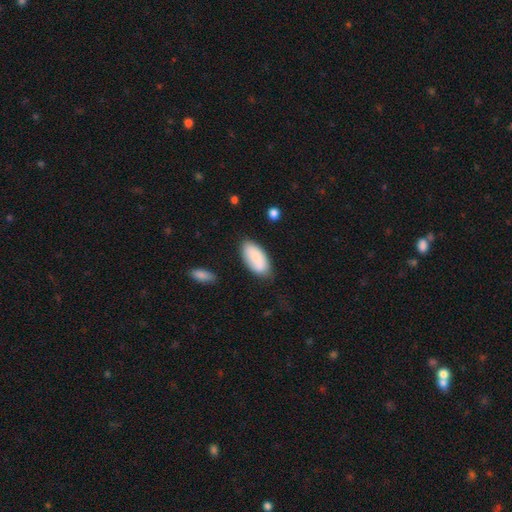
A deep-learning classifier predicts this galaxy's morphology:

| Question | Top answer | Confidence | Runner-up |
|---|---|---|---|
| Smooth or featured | smooth | 86% | featured or disk (8%) |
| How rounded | in between | 94% | cigar-shaped (4%) |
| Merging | none | 74% | minor disturbance (19%) |